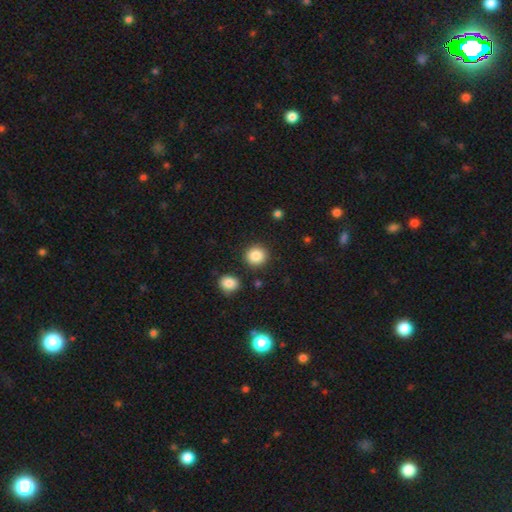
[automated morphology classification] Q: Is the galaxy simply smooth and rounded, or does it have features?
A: smooth — 87%.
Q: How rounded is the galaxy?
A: round — 90%.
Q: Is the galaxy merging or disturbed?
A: none — 88%.